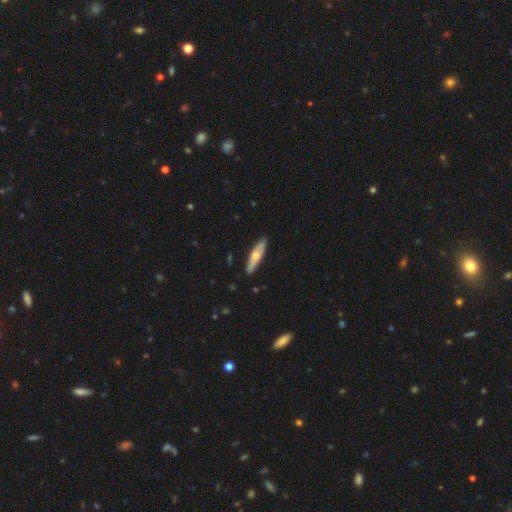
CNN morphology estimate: The model was most divided on "smooth or featured": smooth: 51%, featured or disk: 44%, star or artifact: 5%. More confident: merging — none (88%); how rounded — cigar-shaped (74%).